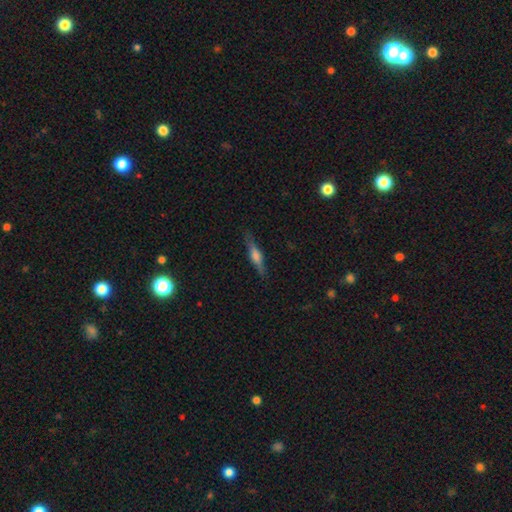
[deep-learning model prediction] smooth_or_featured: featured or disk (p=0.59) [alt: smooth p=0.33]
disk_edge_on: yes (p=0.96) [alt: no p=0.04]
edge_on_bulge: rounded (p=0.72) [alt: boxy p=0.21]
merging: none (p=0.86) [alt: minor disturbance p=0.10]